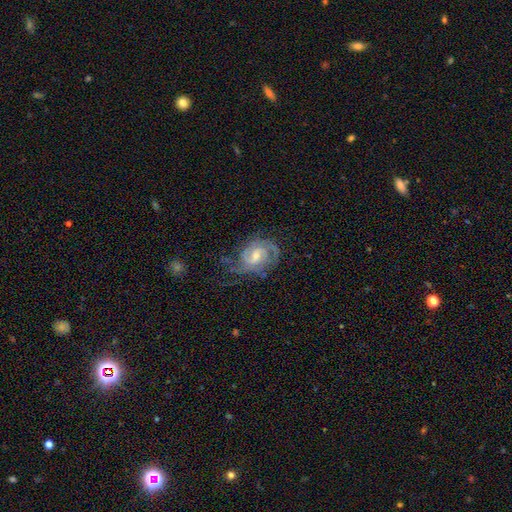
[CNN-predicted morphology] This is clearly a featured or disk galaxy (87%). It is clearly not viewed edge-on (97%). Bar: possibly weak (56%). Spiral arm pattern: clearly yes (97%). Spiral arm count: possibly 2 (60%). Spiral winding: possibly tight (54%). Central bulge: possibly moderate (54%). Merging: likely none (60%).